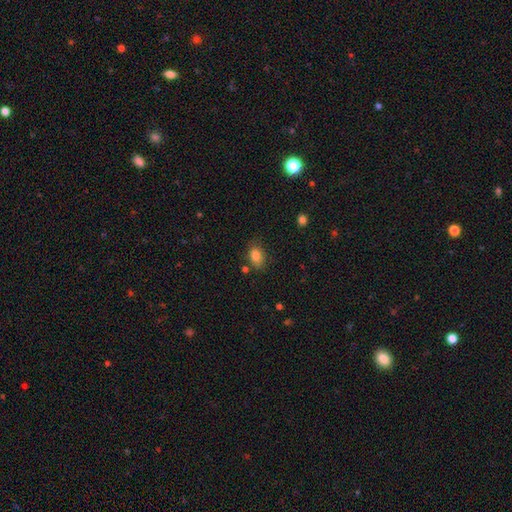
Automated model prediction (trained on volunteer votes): A smooth galaxy with no disk features (83%) that is in between round and cigar-shaped (79%). Merging: none (75%).